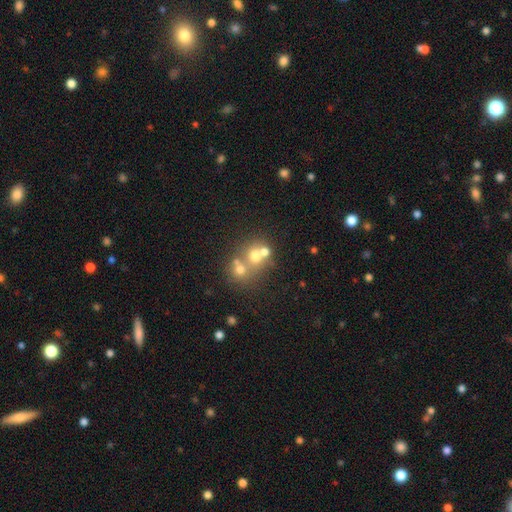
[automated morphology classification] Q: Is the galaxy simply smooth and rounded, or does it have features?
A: smooth — 59%.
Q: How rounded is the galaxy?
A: round — 79%.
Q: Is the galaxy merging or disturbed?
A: merger — 50%.